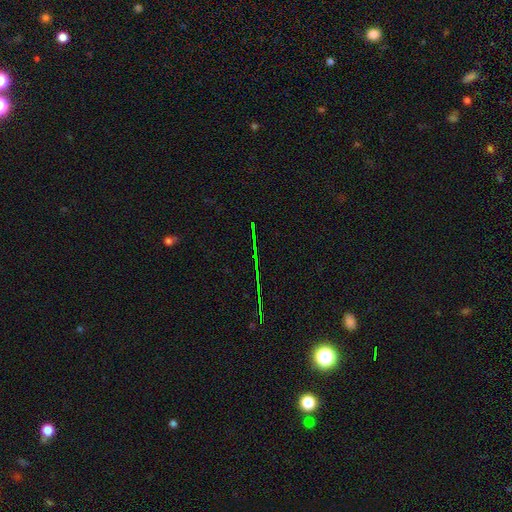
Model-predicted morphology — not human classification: Smooth or featured?
  - star or artifact: 75% *
  - smooth: 14%
  - featured or disk: 11%